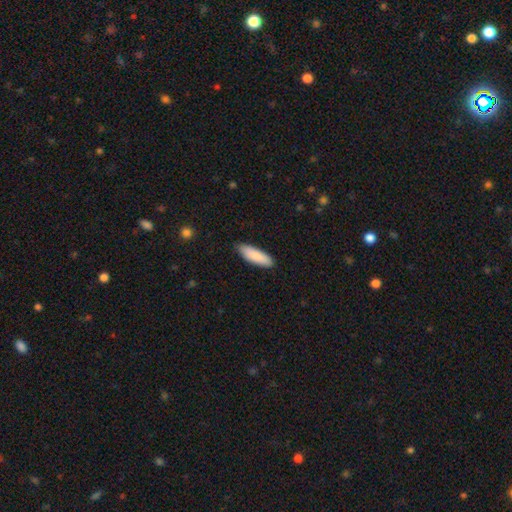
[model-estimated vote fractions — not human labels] smooth_or_featured: smooth (p=0.87) [alt: featured or disk p=0.08]
how_rounded: in between (p=0.50) [alt: cigar-shaped p=0.49]
merging: none (p=0.85) [alt: minor disturbance p=0.12]